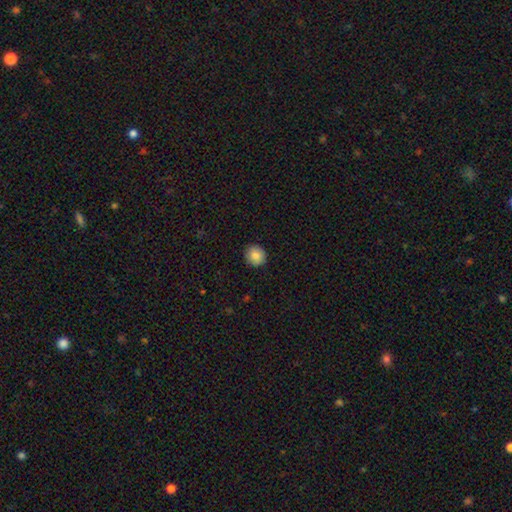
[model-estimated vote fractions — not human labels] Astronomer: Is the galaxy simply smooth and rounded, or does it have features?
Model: smooth — 85%.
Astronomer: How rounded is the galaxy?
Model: round — 91%.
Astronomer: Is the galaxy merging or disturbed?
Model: none — 91%.